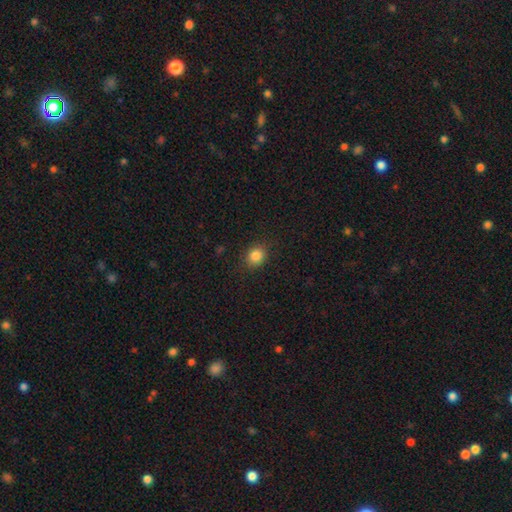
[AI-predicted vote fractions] Smooth or featured? smooth (85%)
How rounded? round (71%)
Merging? none (87%)